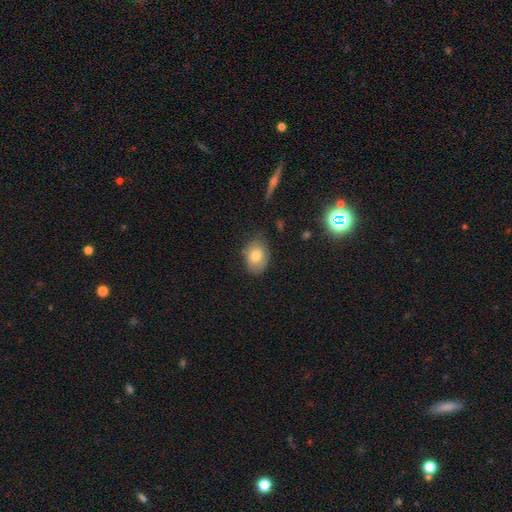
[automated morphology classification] Smooth or featured: smooth — 77% (featured or disk — 15%)
How rounded: in between — 76% (round — 23%)
Merging: none — 72% (minor disturbance — 22%)